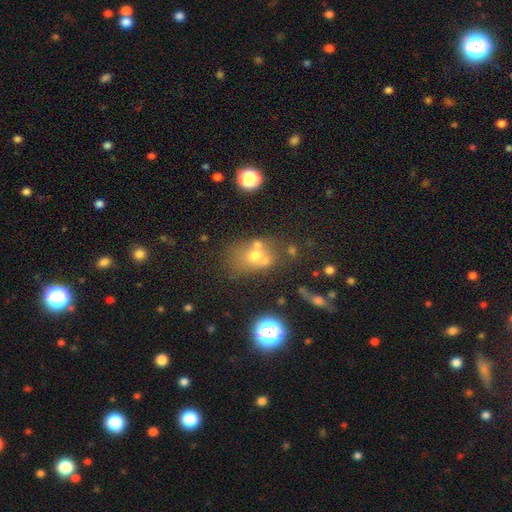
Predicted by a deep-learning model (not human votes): Smooth or featured? Predicted: smooth (p=0.55). How rounded? Predicted: round (p=0.55). Merging? Predicted: merger (p=0.40).